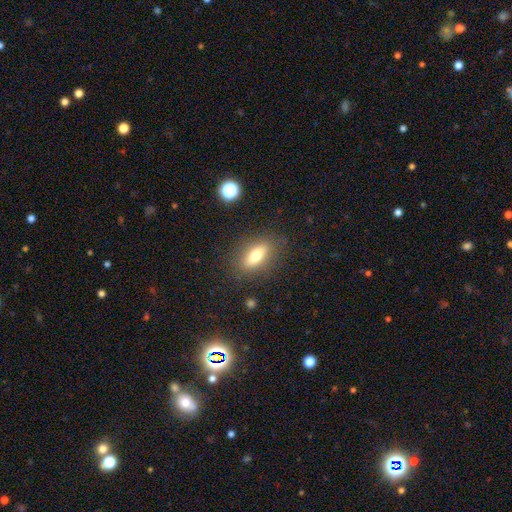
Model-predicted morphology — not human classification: Smooth or featured?
  - smooth: 67% *
  - featured or disk: 24%
  - star or artifact: 9%
How rounded?
  - in between: 67% *
  - cigar-shaped: 27%
  - round: 6%
Merging?
  - none: 84% *
  - minor disturbance: 11%
  - major disturbance: 4%
  - merger: 2%